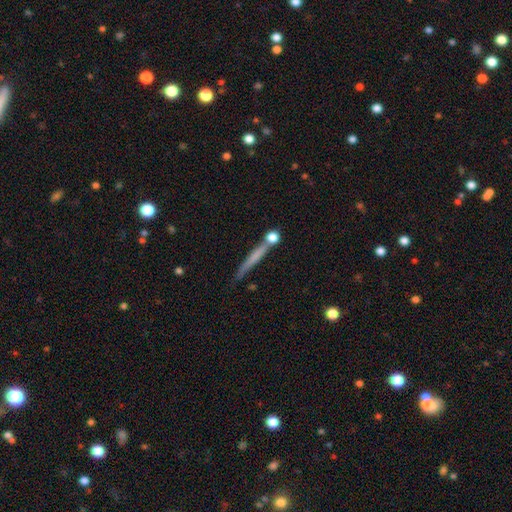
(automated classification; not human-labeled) Overall: smooth (53%; featured or disk 39%). How rounded: cigar-shaped (93%). Merging: none (73%).